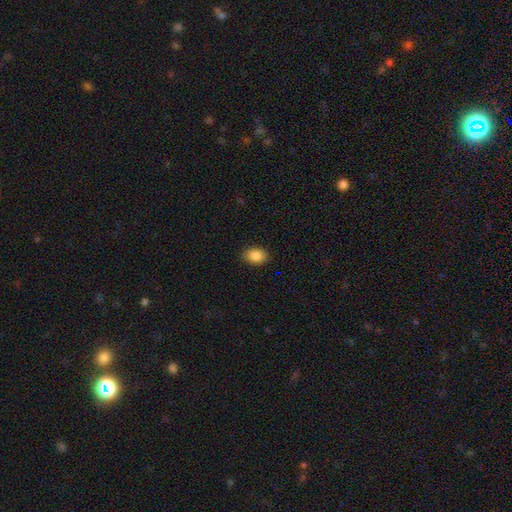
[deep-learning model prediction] Smooth or featured: smooth — 87% (star or artifact — 8%)
How rounded: in between — 78% (round — 21%)
Merging: none — 87% (minor disturbance — 10%)